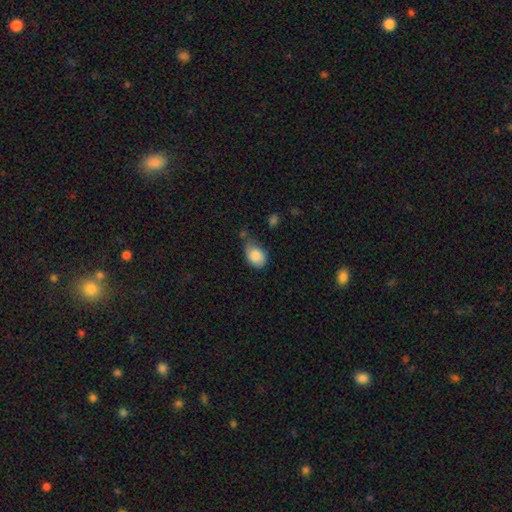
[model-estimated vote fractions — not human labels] Smooth or featured: smooth — 85% (featured or disk — 8%)
How rounded: in between — 79% (round — 20%)
Merging: none — 47% (minor disturbance — 37%)